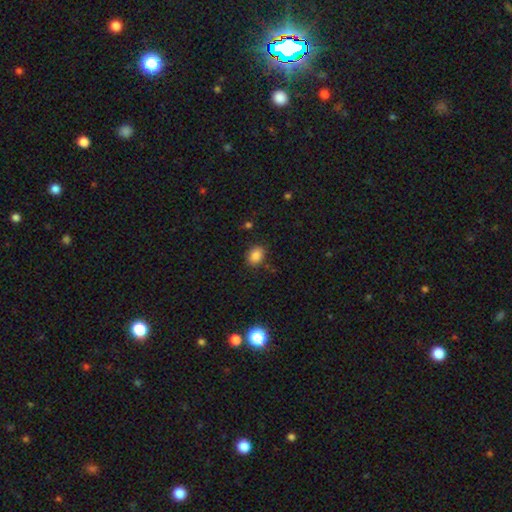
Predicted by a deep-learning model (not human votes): Smooth or featured? smooth (85%)
How rounded? in between (59%)
Merging? none (84%)